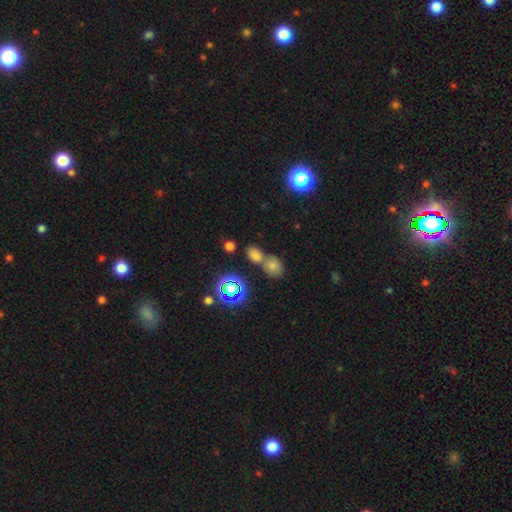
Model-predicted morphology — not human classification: smooth_or_featured: smooth (p=0.67) [alt: star or artifact p=0.24]
how_rounded: in between (p=0.68) [alt: round p=0.29]
merging: none (p=0.47) [alt: merger p=0.41]